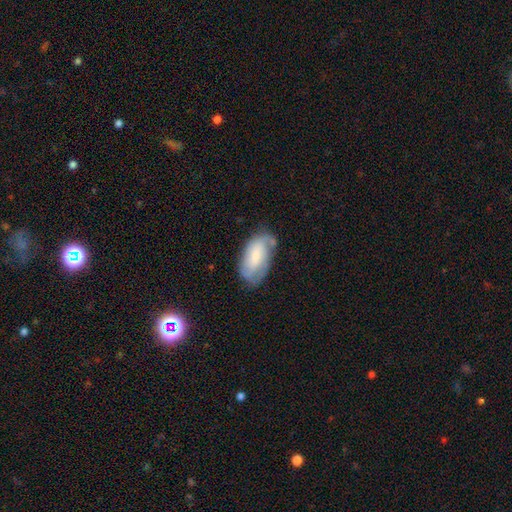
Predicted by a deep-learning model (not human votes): Morphology: type=smooth (49%); merging=none (56%).